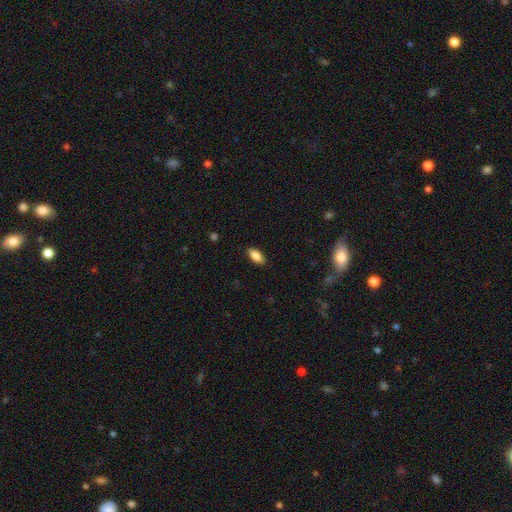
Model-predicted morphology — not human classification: smooth_or_featured: smooth (p=0.87) [alt: star or artifact p=0.07]
how_rounded: in between (p=0.88) [alt: cigar-shaped p=0.09]
merging: none (p=0.87) [alt: minor disturbance p=0.10]